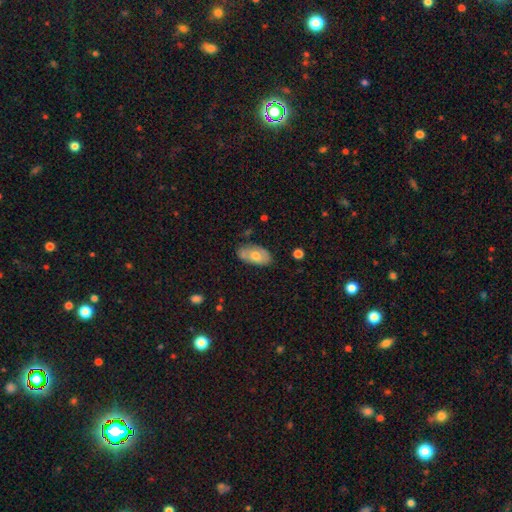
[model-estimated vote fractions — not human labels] Smooth or featured? smooth (60%)
How rounded? in between (93%)
Merging? none (70%)